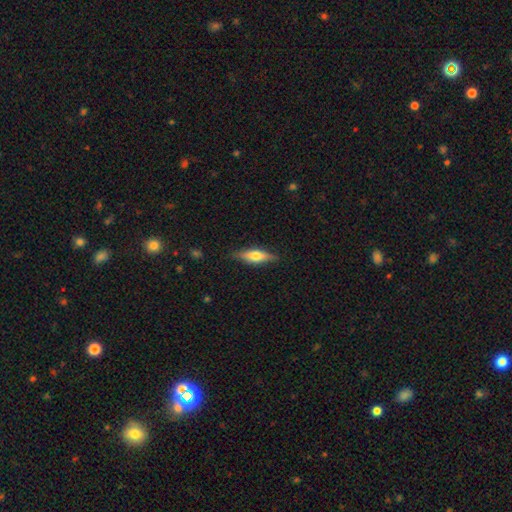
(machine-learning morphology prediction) Overall: featured or disk (47%, tied with smooth). Merging: none (85%).